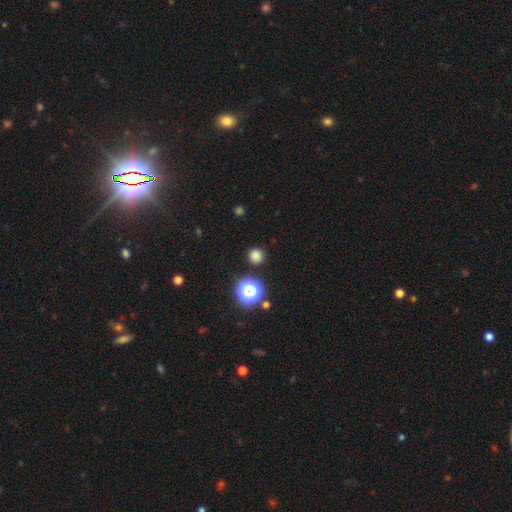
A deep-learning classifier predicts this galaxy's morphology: Overall: smooth (78%). How rounded: round (93%). Merging: none (90%).